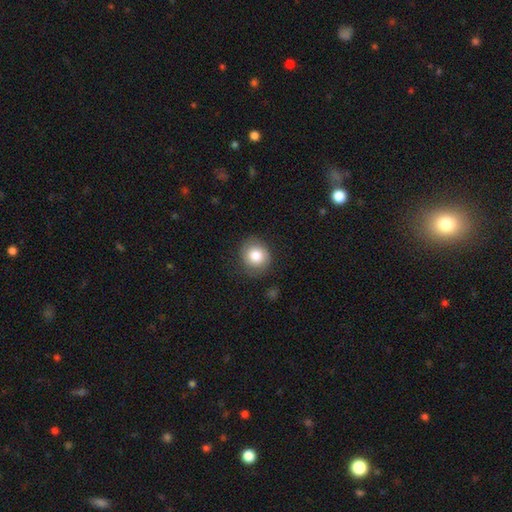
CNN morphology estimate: Q: Smooth or featured?
A: smooth (80%); runner-up: featured or disk (12%)
Q: How rounded?
A: round (80%); runner-up: in between (20%)
Q: Merging?
A: none (80%); runner-up: minor disturbance (14%)